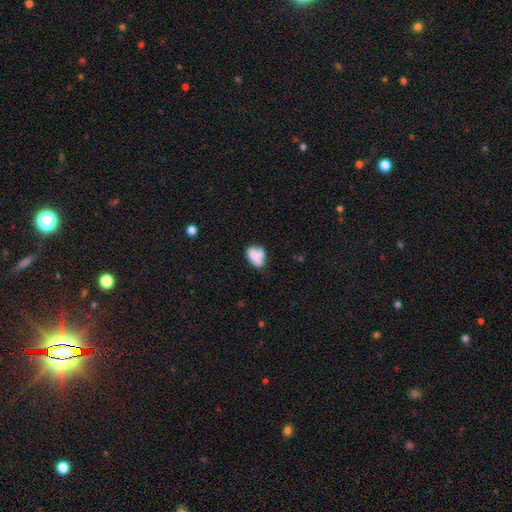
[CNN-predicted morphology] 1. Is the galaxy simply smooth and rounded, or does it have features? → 62% smooth, 29% featured or disk, 9% star or artifact.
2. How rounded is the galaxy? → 79% in between, 19% round, 2% cigar-shaped.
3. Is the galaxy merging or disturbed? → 40% merger, 30% none, 19% minor disturbance, 11% major disturbance.